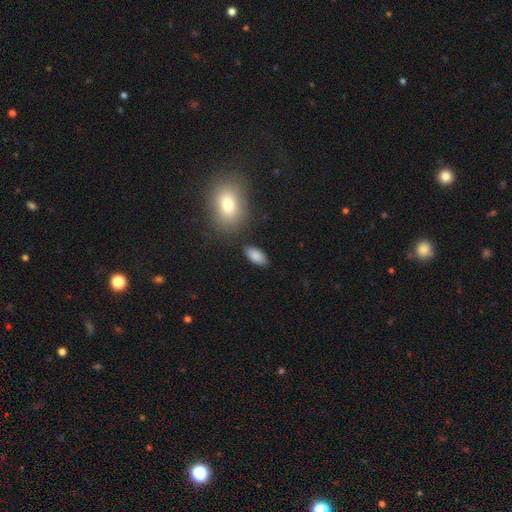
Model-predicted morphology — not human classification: type=smooth (87%); roundness=in between (92%); merging=none (83%).